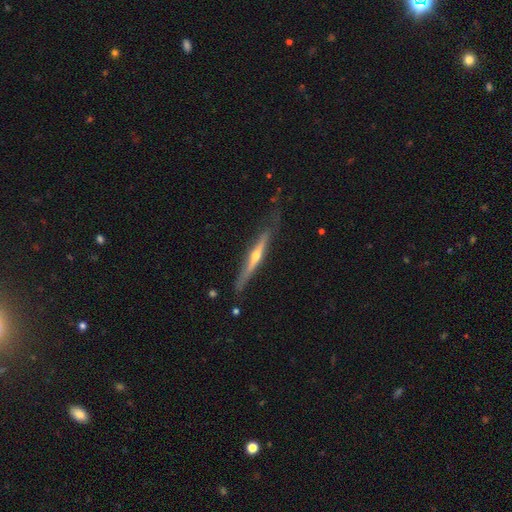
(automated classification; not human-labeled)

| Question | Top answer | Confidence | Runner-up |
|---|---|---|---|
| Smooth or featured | featured or disk | 75% | smooth (20%) |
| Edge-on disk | yes | 96% | no (4%) |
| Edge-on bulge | rounded | 88% | none (10%) |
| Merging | none | 74% | minor disturbance (20%) |